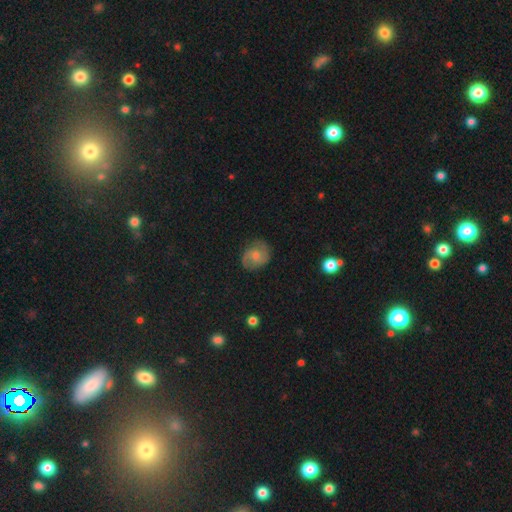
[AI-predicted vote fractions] Smooth or featured?
  - featured or disk: 56% *
  - smooth: 36%
  - star or artifact: 8%
Edge-on disk?
  - no: 97% *
  - yes: 3%
Bar?
  - no: 64% *
  - weak: 31%
  - strong: 5%
Spiral arms?
  - yes: 88% *
  - no: 12%
Bulge size?
  - moderate: 46% *
  - small: 43%
  - none: 6%
  - large: 4%
  - dominant: 1%
Merging?
  - none: 76% *
  - minor disturbance: 17%
  - major disturbance: 6%
  - merger: 1%